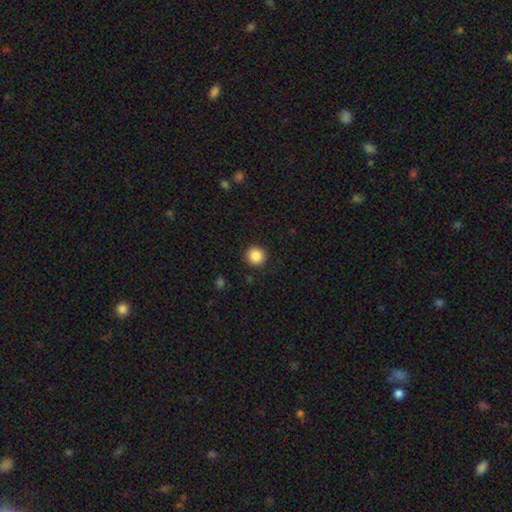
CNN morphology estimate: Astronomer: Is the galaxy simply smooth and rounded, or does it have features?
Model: smooth — 87%.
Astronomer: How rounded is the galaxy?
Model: round — 95%.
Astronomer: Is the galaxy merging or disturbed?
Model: none — 92%.